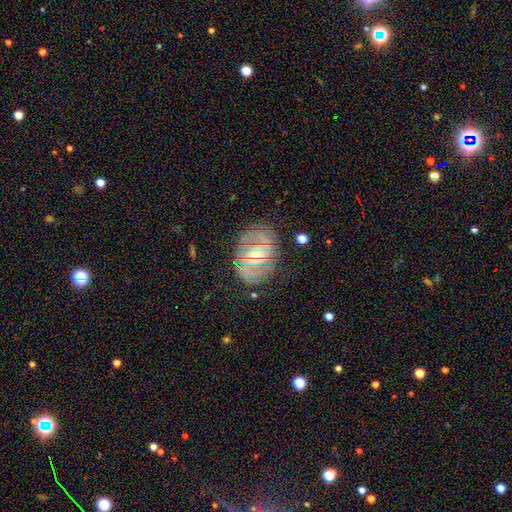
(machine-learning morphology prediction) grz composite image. It shows a featured or disk galaxy (68%) with no bar (42%), spiral arms (72%) and a moderate central bulge (61%). Merging: none (77%).